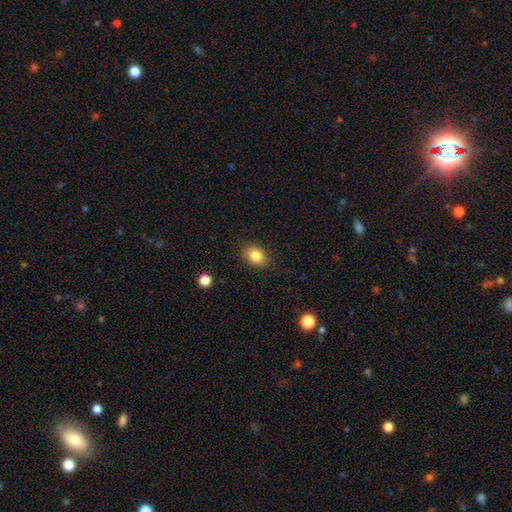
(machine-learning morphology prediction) A smooth galaxy with no disk features (83%) that is in between round and cigar-shaped (58%).

Vote fractions:
- Smooth or featured? smooth: 83% / star or artifact: 10% / featured or disk: 7%
- How rounded? in between: 58% / round: 41% / cigar-shaped: 1%
- Merging? none: 86% / minor disturbance: 10% / major disturbance: 3% / merger: 1%